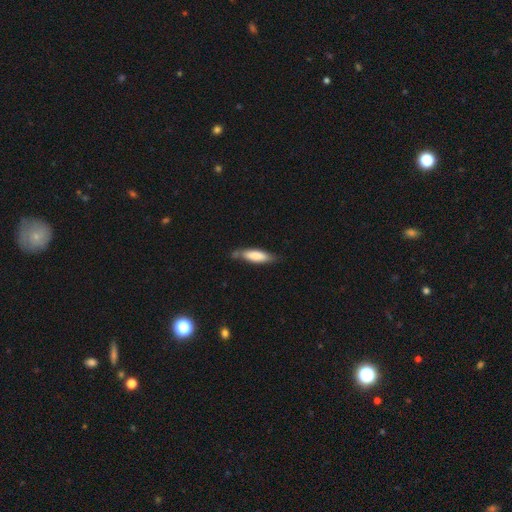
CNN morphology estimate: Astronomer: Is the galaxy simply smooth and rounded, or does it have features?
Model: smooth — 76%.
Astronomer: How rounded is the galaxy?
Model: cigar-shaped — 55% (runner-up: in between, 43%).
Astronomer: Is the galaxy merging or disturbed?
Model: none — 68%.